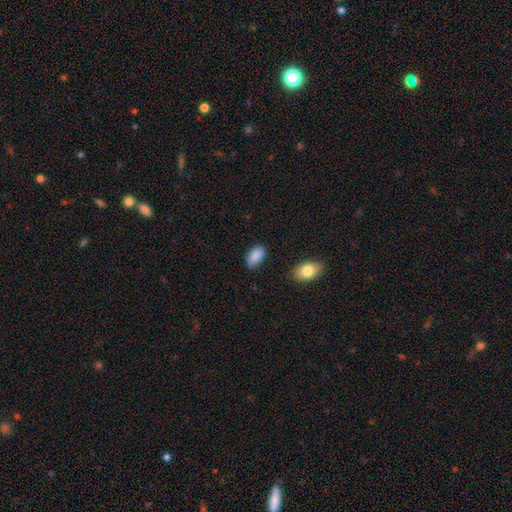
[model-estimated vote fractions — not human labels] smooth-or-featured: smooth: 88% | star or artifact: 7% | featured or disk: 5%
  how-rounded: in between: 94% | round: 4% | cigar-shaped: 2%
  merging: none: 82% | minor disturbance: 13% | major disturbance: 2% | merger: 2%